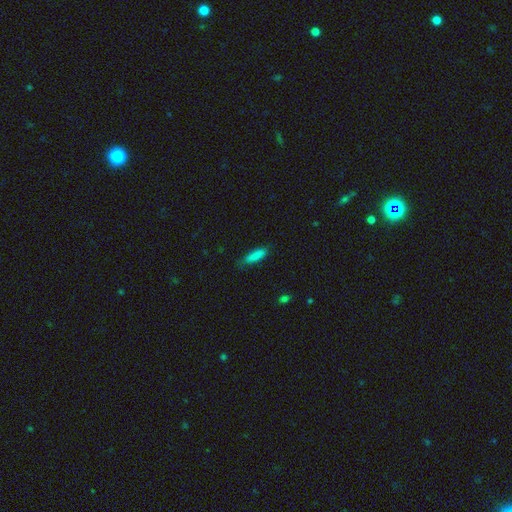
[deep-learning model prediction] Smooth or featured: smooth — 86% (star or artifact — 7%)
How rounded: cigar-shaped — 63% (in between — 36%)
Merging: none — 74% (minor disturbance — 21%)